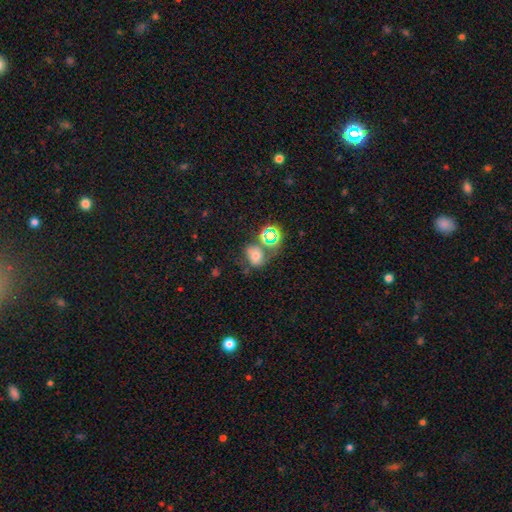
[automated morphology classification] This is possibly a smooth galaxy (56%). How rounded: possibly round (51%). Merging: possibly none (46%).